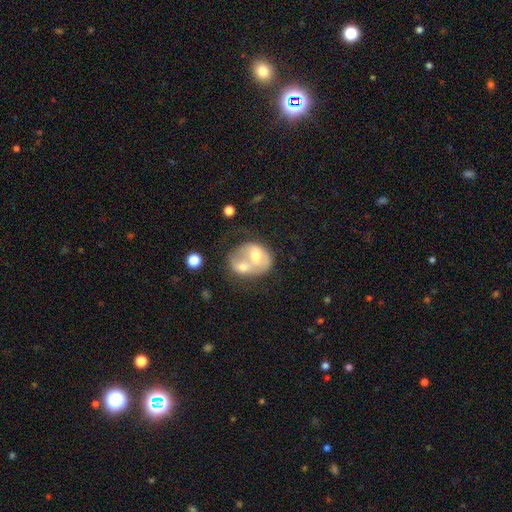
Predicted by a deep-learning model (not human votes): This is possibly a smooth galaxy (52%). How rounded: possibly in between (54%). Merging: likely merger (75%).